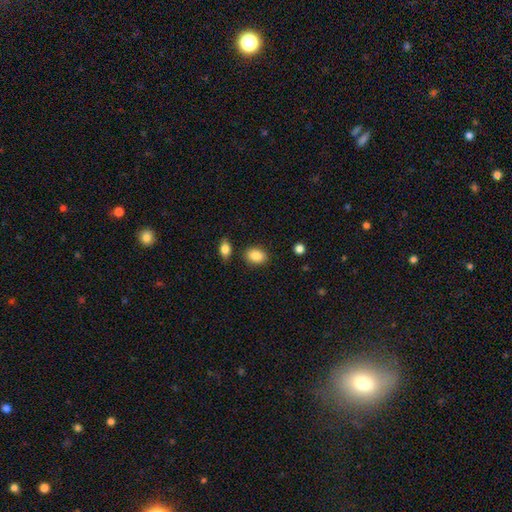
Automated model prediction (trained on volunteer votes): Overall: smooth (88%). How rounded: in between (70%). Merging: none (84%).